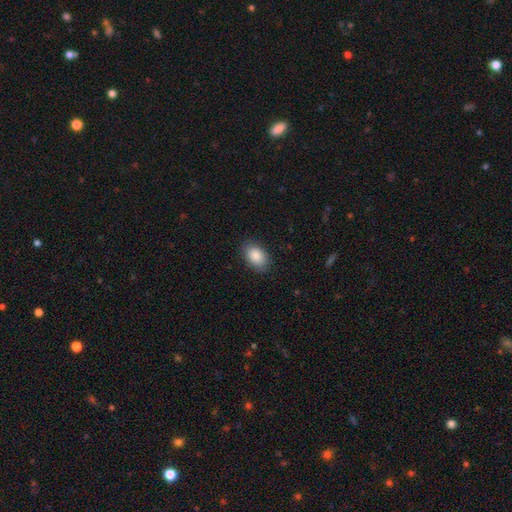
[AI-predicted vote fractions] This is clearly a smooth galaxy (88%). How rounded: clearly in between (89%). Merging: clearly none (86%).